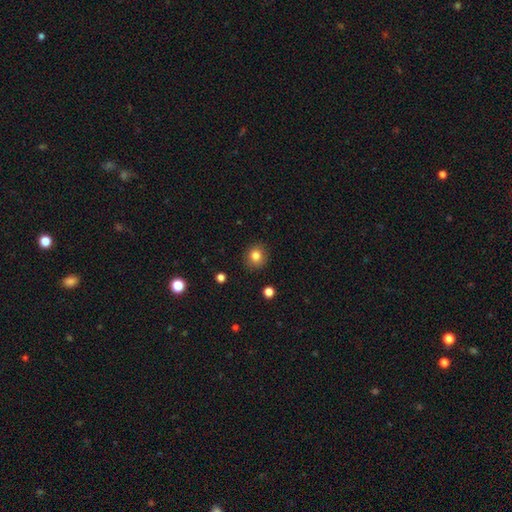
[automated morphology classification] A smooth galaxy with no disk features (82%) that is round (88%).

Vote fractions:
- Smooth or featured? smooth: 82% / star or artifact: 11% / featured or disk: 7%
- How rounded? round: 88% / in between: 12% / cigar-shaped: 1%
- Merging? none: 89% / minor disturbance: 8% / major disturbance: 2% / merger: 1%